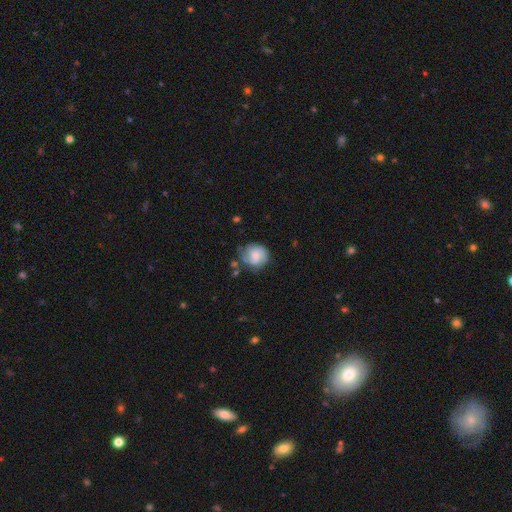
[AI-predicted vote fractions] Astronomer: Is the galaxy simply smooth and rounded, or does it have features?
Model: featured or disk — 47% (runner-up: smooth, 46%).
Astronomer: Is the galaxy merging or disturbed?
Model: none — 60%.